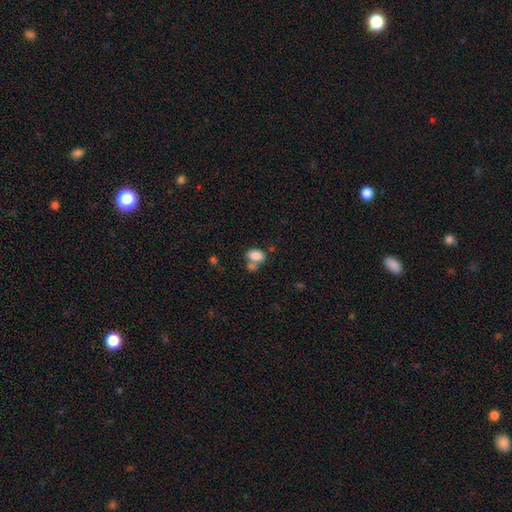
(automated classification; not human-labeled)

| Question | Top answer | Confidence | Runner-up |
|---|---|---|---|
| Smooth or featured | smooth | 83% | star or artifact (9%) |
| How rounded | in between | 81% | round (17%) |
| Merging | none | 43% | merger (38%) |